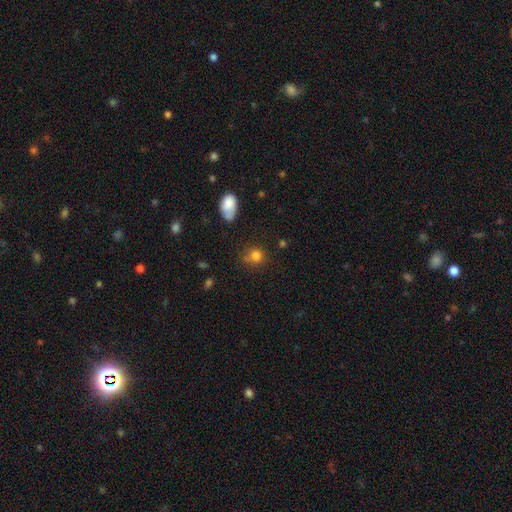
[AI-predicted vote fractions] smooth_or_featured: smooth (p=0.81) [alt: star or artifact p=0.13]
how_rounded: round (p=0.79) [alt: in between p=0.20]
merging: none (p=0.67) [alt: minor disturbance p=0.19]